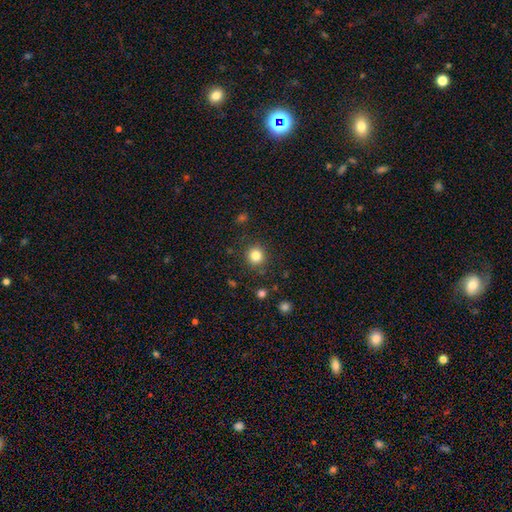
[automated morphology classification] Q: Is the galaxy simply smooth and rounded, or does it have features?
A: smooth — 82%.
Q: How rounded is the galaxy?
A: round — 91%.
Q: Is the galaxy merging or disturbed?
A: none — 87%.